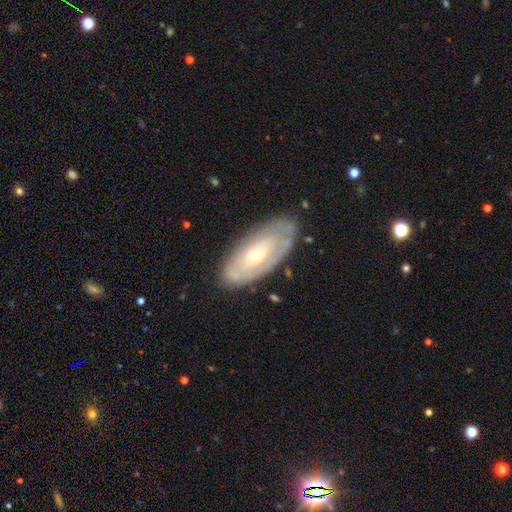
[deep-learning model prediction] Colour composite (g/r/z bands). It shows a featured or disk galaxy (63%) with no bar (66%), spiral arms (51%) and a small central bulge (52%). Merging: none (74%).